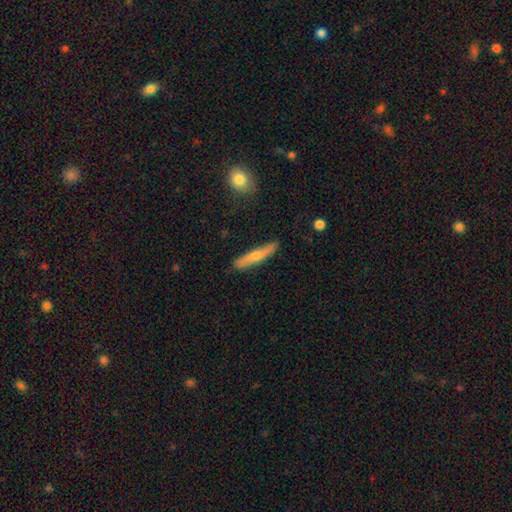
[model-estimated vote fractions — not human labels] Smooth or featured?
  - smooth: 58% *
  - featured or disk: 36%
  - star or artifact: 6%
How rounded?
  - cigar-shaped: 91% *
  - in between: 7%
  - round: 2%
Merging?
  - none: 86% *
  - minor disturbance: 11%
  - major disturbance: 2%
  - merger: 2%